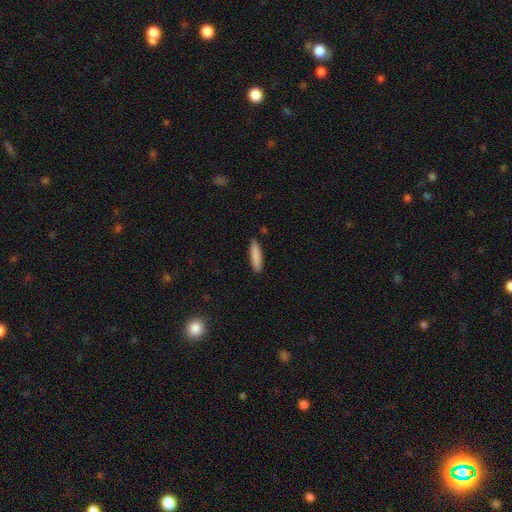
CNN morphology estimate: Smooth or featured? smooth (86%)
How rounded? cigar-shaped (80%)
Merging? none (89%)